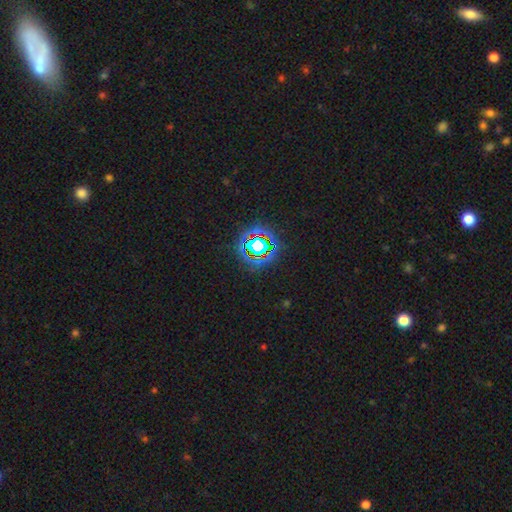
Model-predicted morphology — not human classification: This is likely a star or artifact rather than a galaxy (72%).